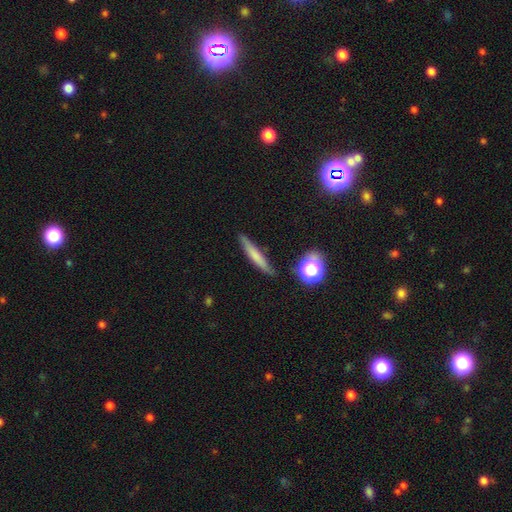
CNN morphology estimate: Smooth or featured? smooth (62%)
How rounded? cigar-shaped (90%)
Merging? none (84%)